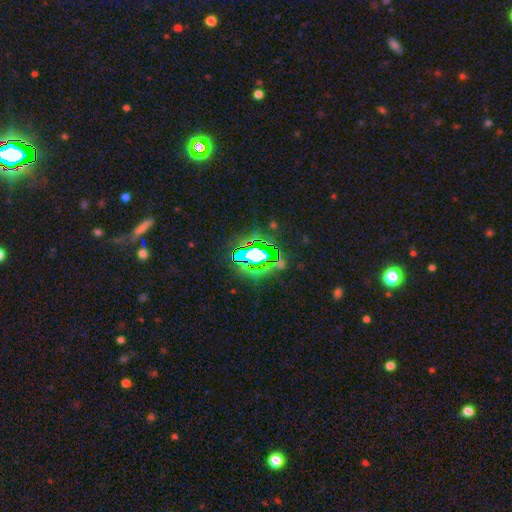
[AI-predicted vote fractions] A star or artifact, not a galaxy (71%).

Vote fractions:
- Smooth or featured? star or artifact: 71% / smooth: 16% / featured or disk: 14%